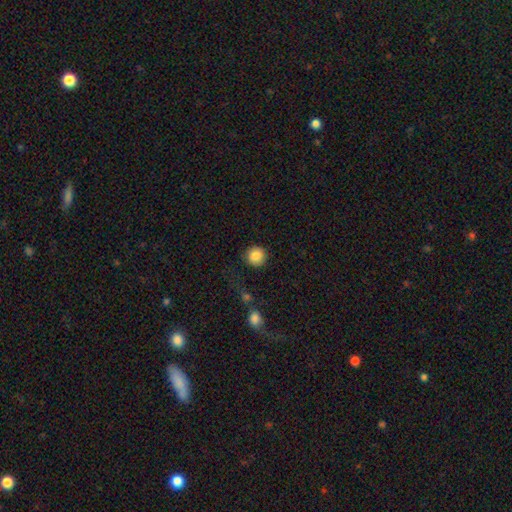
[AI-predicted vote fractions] smooth-or-featured: smooth: 85% | star or artifact: 9% | featured or disk: 6%
  how-rounded: round: 94% | in between: 5% | cigar-shaped: 1%
  merging: none: 86% | minor disturbance: 8% | major disturbance: 4% | merger: 3%